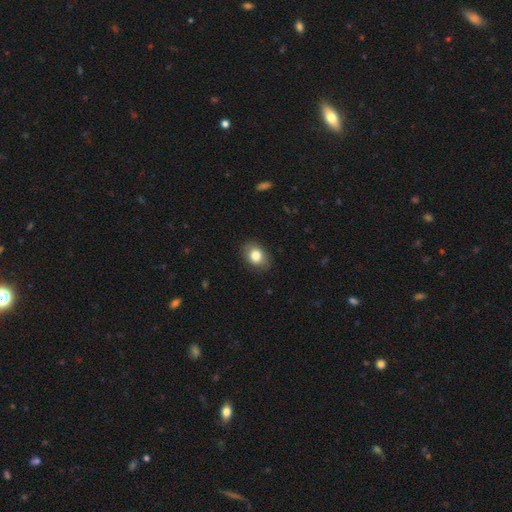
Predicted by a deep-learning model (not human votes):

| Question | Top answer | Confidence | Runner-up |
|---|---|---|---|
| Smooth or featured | smooth | 81% | featured or disk (10%) |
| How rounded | in between | 71% | round (28%) |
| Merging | none | 84% | minor disturbance (12%) |